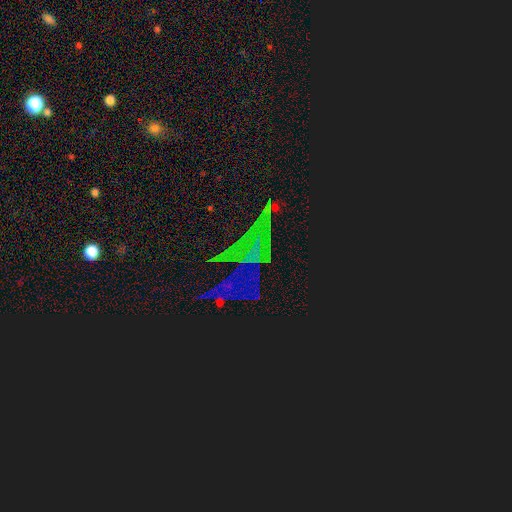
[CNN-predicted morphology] Smooth or featured? star or artifact (73%)